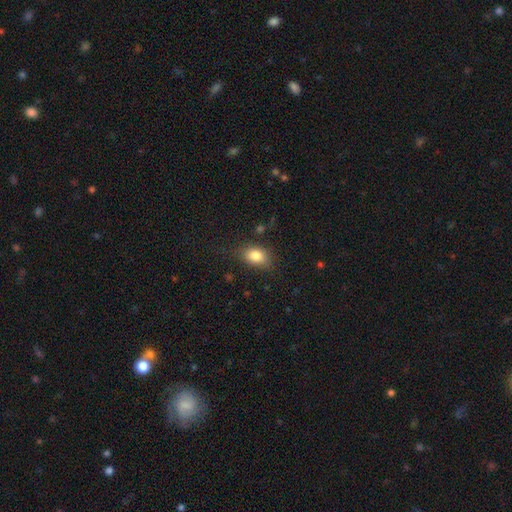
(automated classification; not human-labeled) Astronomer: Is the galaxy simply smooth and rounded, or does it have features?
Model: smooth — 83%.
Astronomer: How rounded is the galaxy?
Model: in between — 77%.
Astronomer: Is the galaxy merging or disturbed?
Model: none — 73%.